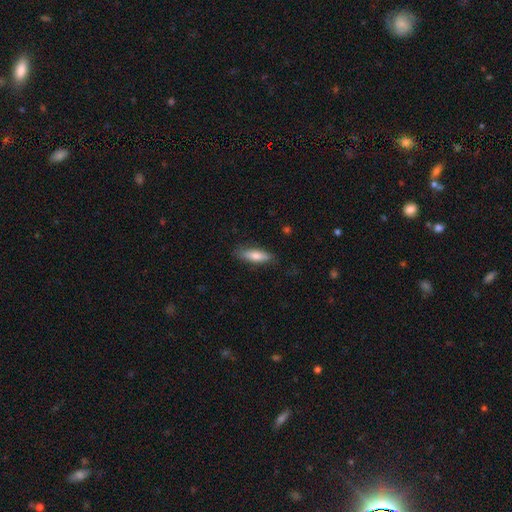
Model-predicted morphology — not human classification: This is likely a smooth galaxy (77%). How rounded: possibly cigar-shaped (56%). Merging: clearly none (80%).